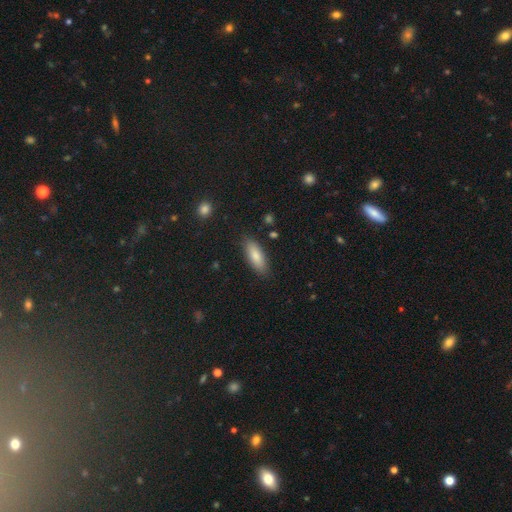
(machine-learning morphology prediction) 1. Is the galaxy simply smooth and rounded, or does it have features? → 82% smooth, 12% featured or disk, 7% star or artifact.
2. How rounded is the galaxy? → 69% in between, 29% cigar-shaped, 2% round.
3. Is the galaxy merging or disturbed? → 85% none, 11% minor disturbance, 3% major disturbance, 2% merger.